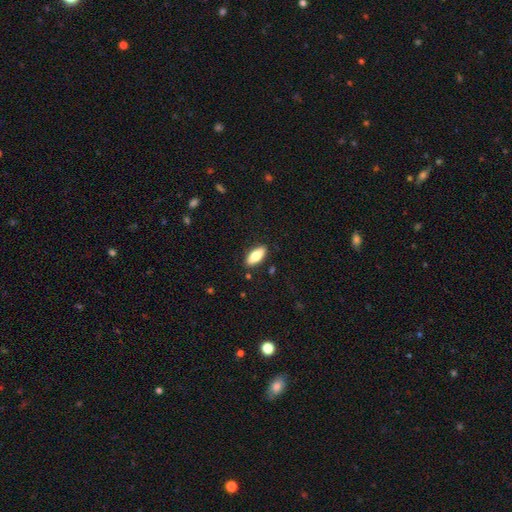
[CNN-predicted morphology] smooth-or-featured: smooth: 76% | featured or disk: 18% | star or artifact: 6%
  how-rounded: in between: 78% | cigar-shaped: 20% | round: 2%
  merging: none: 87% | minor disturbance: 9% | major disturbance: 2% | merger: 1%